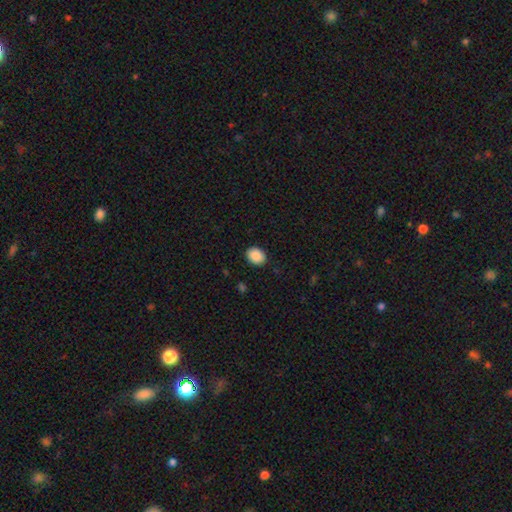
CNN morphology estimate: This is clearly a smooth galaxy (89%). How rounded: possibly in between (55%). Merging: clearly none (89%).